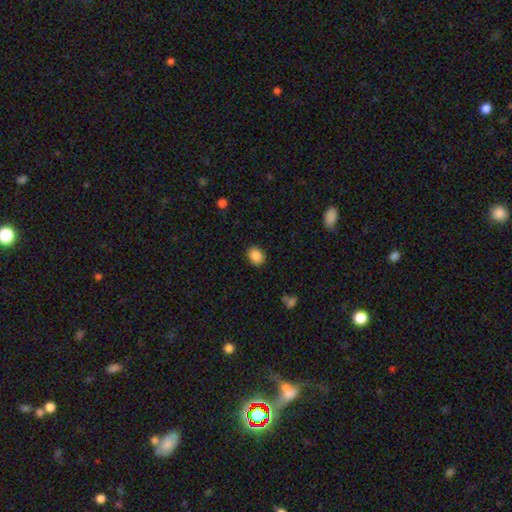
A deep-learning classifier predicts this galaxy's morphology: A smooth galaxy with no disk features (87%) that is round (51%). Merging: none (87%).